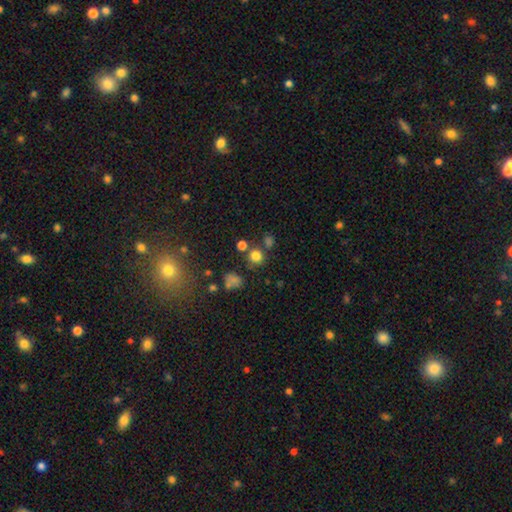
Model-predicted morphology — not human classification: A smooth galaxy with no disk features (76%) that is round (88%).

Vote fractions:
- Smooth or featured? smooth: 76% / star or artifact: 18% / featured or disk: 6%
- How rounded? round: 88% / in between: 11% / cigar-shaped: 1%
- Merging? none: 73% / merger: 14% / minor disturbance: 9% / major disturbance: 4%